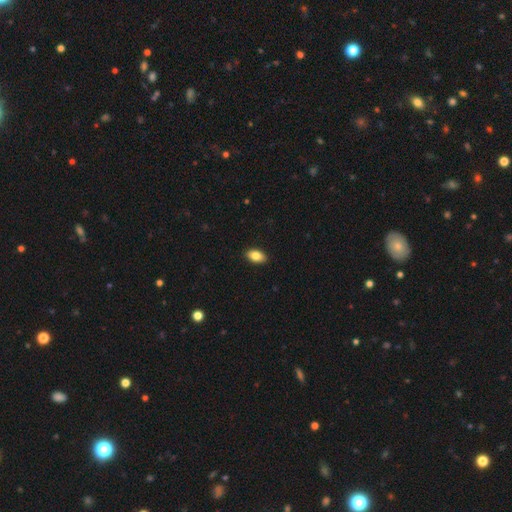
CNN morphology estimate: Smooth or featured? smooth (84%)
How rounded? in between (92%)
Merging? none (90%)